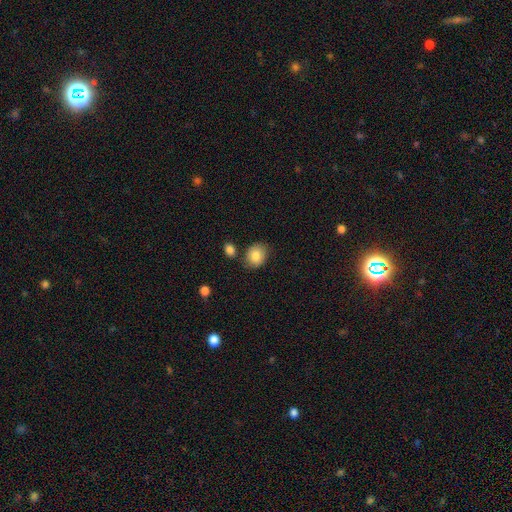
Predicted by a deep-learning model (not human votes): A smooth galaxy with no disk features (84%) that is round (56%). Merging: none (77%).